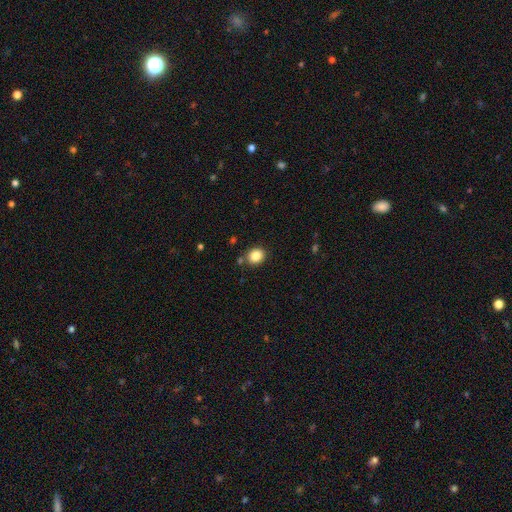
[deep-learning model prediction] The model was most divided on "how rounded": round: 69%, in between: 30%, cigar-shaped: 1%. More confident: smooth or featured — smooth (85%); merging — none (82%).